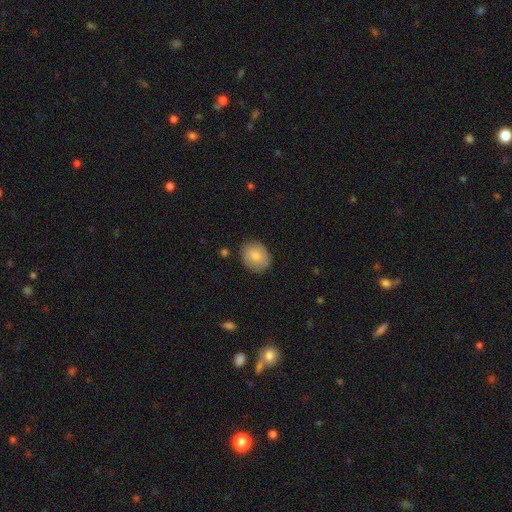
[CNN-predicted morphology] A smooth galaxy with no disk features (79%) that is round (59%). Merging: none (83%).